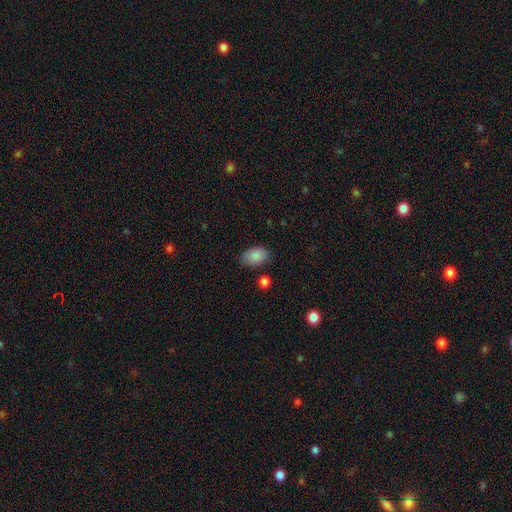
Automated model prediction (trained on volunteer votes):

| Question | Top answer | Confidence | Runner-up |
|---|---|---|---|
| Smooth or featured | smooth | 88% | star or artifact (8%) |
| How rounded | in between | 87% | round (12%) |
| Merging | none | 77% | minor disturbance (16%) |